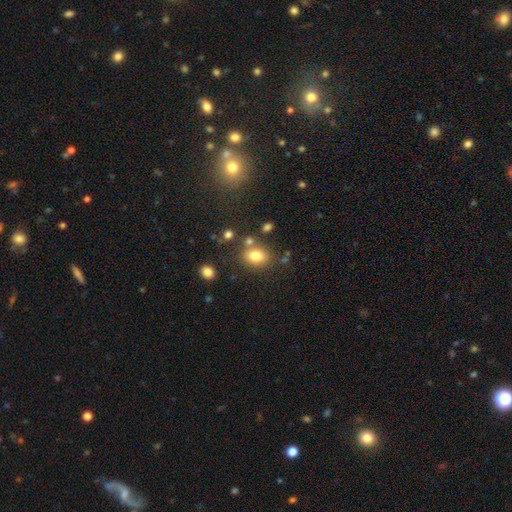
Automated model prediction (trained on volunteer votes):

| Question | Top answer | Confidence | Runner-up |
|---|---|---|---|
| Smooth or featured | smooth | 79% | star or artifact (12%) |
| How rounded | in between | 54% | round (45%) |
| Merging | none | 71% | minor disturbance (13%) |